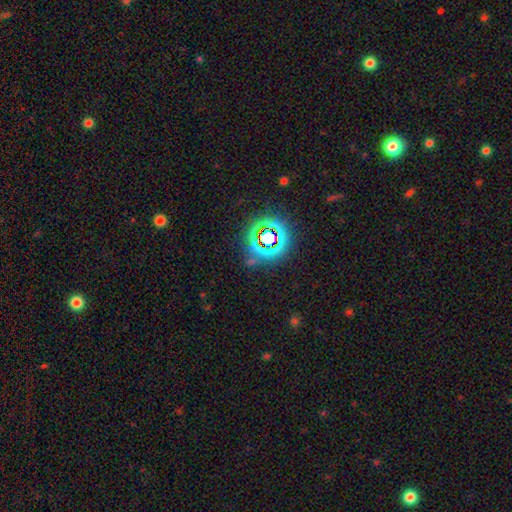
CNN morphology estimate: Overall: star or artifact (76%).